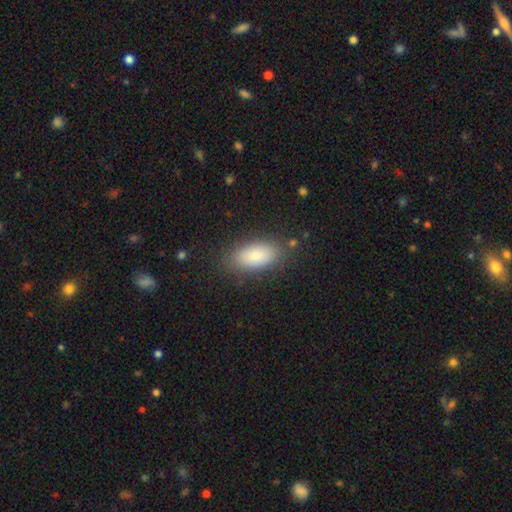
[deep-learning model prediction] This appears to be a smooth galaxy with no disk features (83%) that is in between round and cigar-shaped (89%). Merging: none (82%).